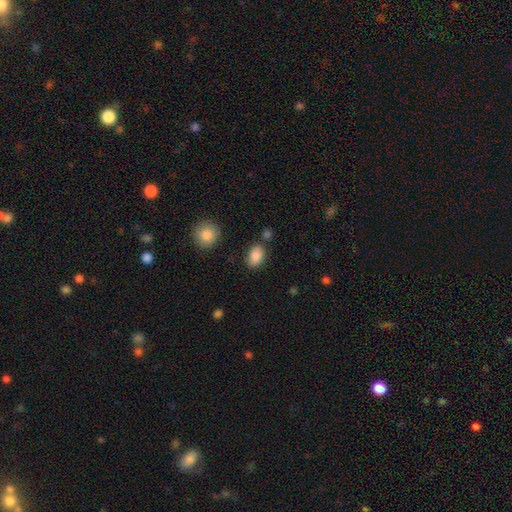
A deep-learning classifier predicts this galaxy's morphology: Smooth or featured? smooth (86%)
How rounded? in between (86%)
Merging? none (77%)